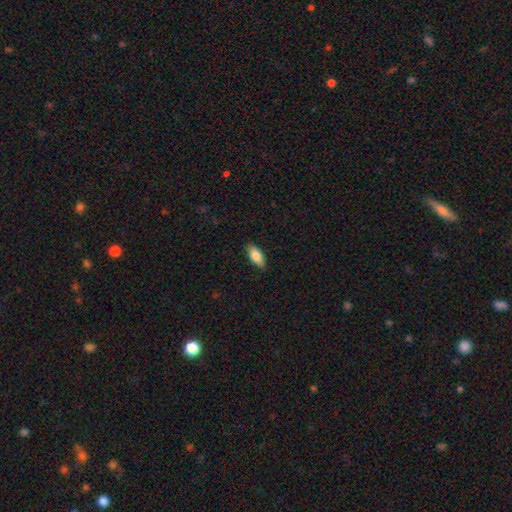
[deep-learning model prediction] A smooth galaxy with no disk features (79%) that is in between round and cigar-shaped (83%).

Vote fractions:
- Smooth or featured? smooth: 79% / featured or disk: 14% / star or artifact: 6%
- How rounded? in between: 83% / cigar-shaped: 14% / round: 2%
- Merging? none: 87% / minor disturbance: 10% / major disturbance: 2% / merger: 1%